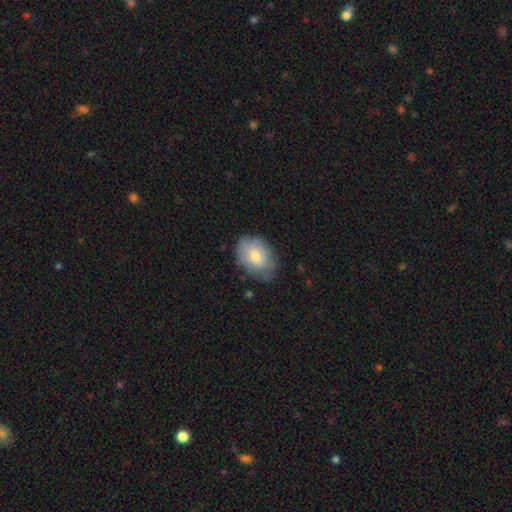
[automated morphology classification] Smooth or featured? Predicted: smooth (p=0.70). How rounded? Predicted: in between (p=0.79). Merging? Predicted: none (p=0.68).